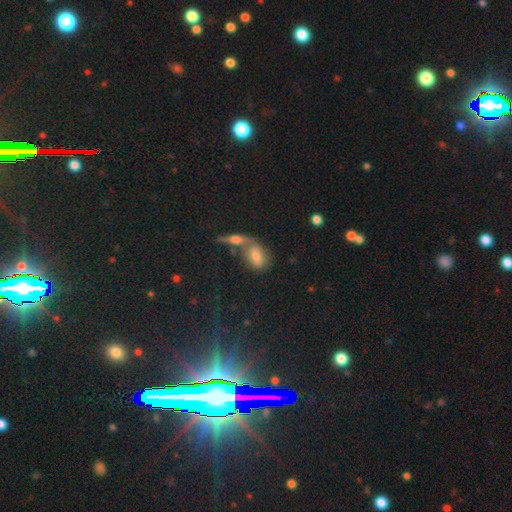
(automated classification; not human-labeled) The model was most divided on "merging": none: 48%, merger: 34%, minor disturbance: 12%, major disturbance: 5%. More confident: how rounded — in between (79%); smooth or featured — smooth (59%).